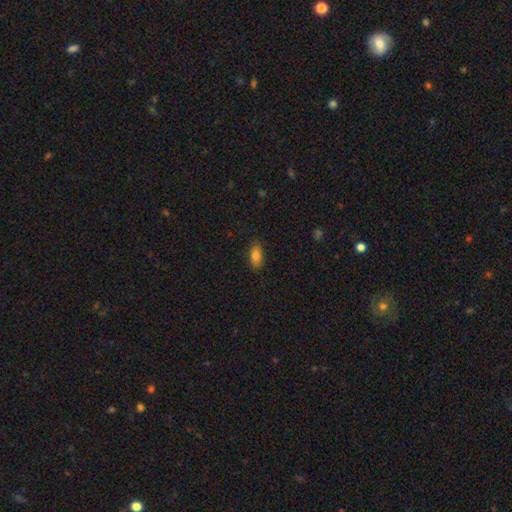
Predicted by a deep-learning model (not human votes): smooth_or_featured: smooth (p=0.82) [alt: featured or disk p=0.09]
how_rounded: in between (p=0.88) [alt: cigar-shaped p=0.08]
merging: none (p=0.83) [alt: minor disturbance p=0.14]